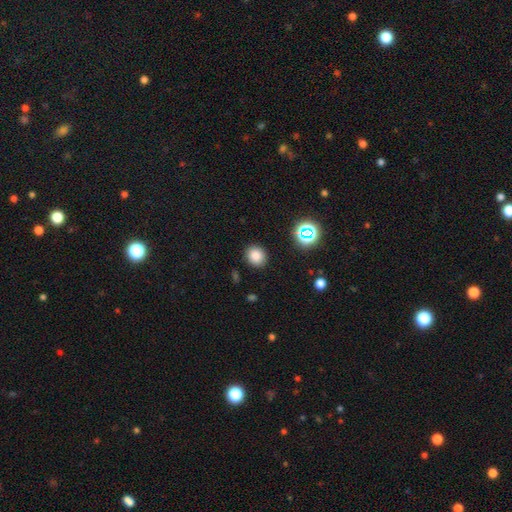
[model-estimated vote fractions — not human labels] A smooth galaxy with no disk features (81%) that is round (76%). Merging: none (89%).